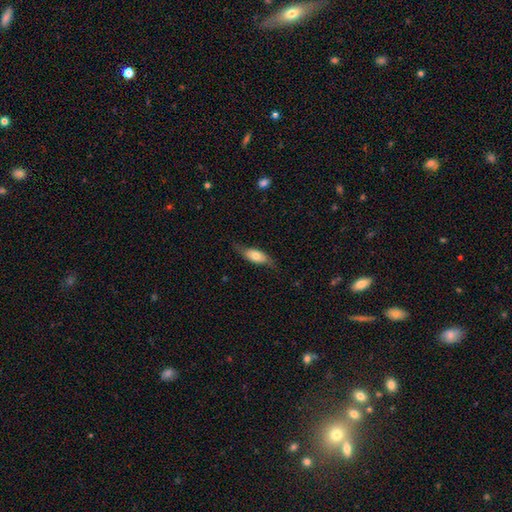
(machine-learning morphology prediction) smooth 58%, featured or disk 35%, star or artifact 6%. Down the decision tree: how rounded — in between (78%); merging — none (67%).